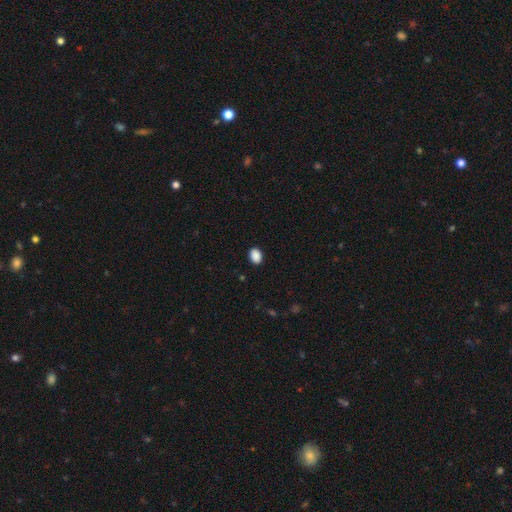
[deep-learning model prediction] The model was most divided on "how rounded": in between: 72%, round: 27%, cigar-shaped: 1%. More confident: smooth or featured — smooth (89%); merging — none (89%).